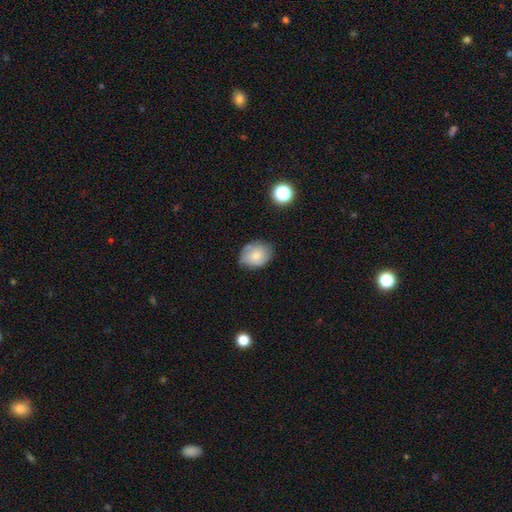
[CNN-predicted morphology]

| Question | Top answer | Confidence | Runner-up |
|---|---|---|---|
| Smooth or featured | smooth | 68% | featured or disk (23%) |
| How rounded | in between | 61% | round (38%) |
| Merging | none | 67% | minor disturbance (25%) |